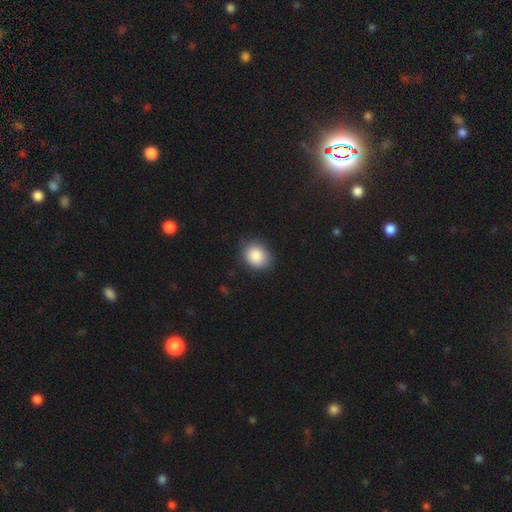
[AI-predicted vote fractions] smooth_or_featured: smooth (p=0.88) [alt: star or artifact p=0.07]
how_rounded: in between (p=0.57) [alt: round p=0.42]
merging: none (p=0.84) [alt: minor disturbance p=0.13]